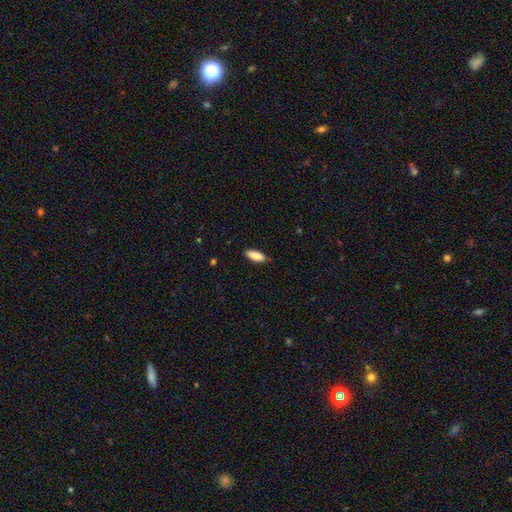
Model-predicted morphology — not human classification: smooth 88%, star or artifact 6%, featured or disk 6%. Down the decision tree: how rounded — in between (74%); merging — none (85%).